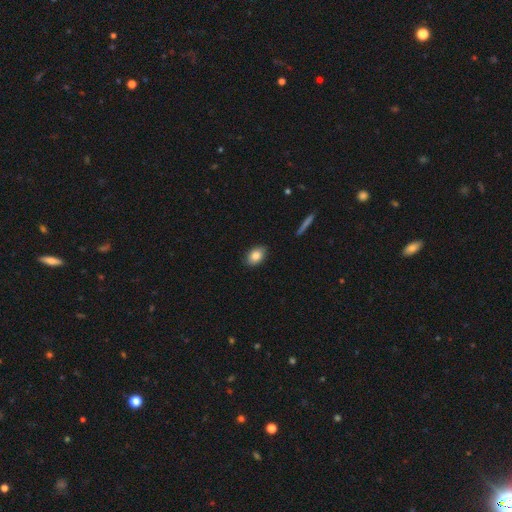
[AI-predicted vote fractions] Q: Smooth or featured?
A: smooth (84%); runner-up: star or artifact (8%)
Q: How rounded?
A: in between (79%); runner-up: round (20%)
Q: Merging?
A: none (87%); runner-up: minor disturbance (10%)